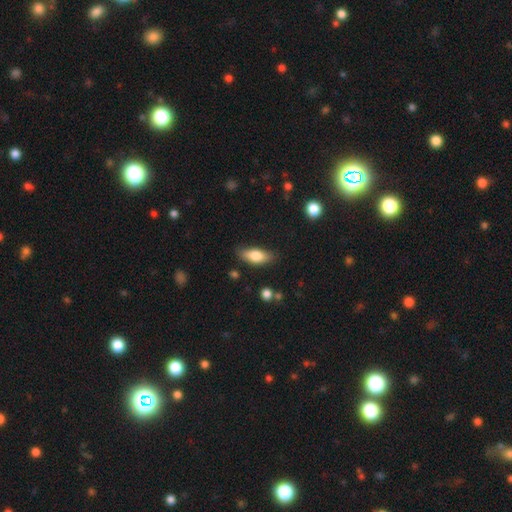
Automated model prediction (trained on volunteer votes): Smooth or featured? Predicted: smooth (p=0.75). How rounded? Predicted: in between (p=0.75). Merging? Predicted: none (p=0.80).